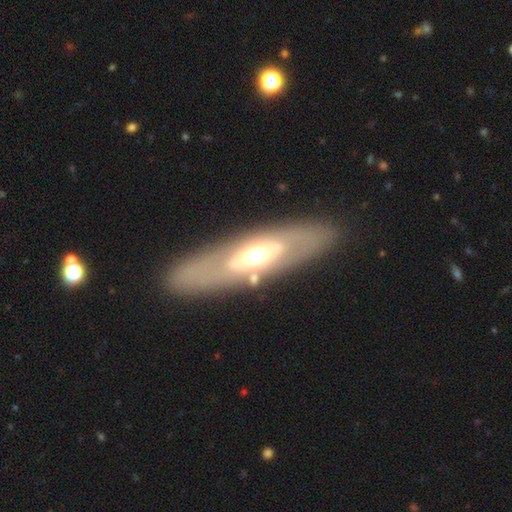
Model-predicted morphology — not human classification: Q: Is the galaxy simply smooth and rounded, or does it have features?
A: featured or disk — 59%.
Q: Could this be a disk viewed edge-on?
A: no — 67%.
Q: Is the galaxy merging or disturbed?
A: none — 82%.